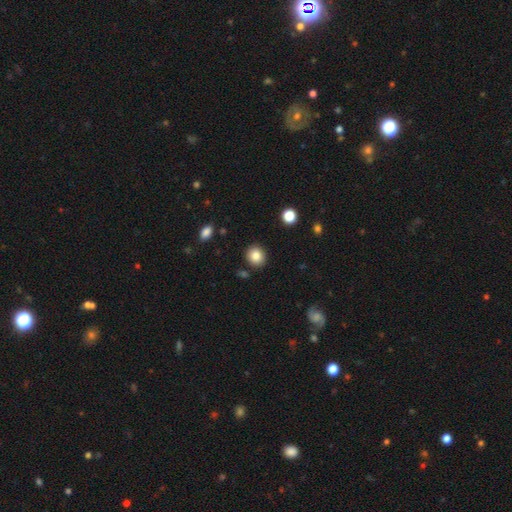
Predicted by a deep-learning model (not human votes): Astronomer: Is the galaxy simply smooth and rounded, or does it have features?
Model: smooth — 85%.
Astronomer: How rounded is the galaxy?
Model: round — 83%.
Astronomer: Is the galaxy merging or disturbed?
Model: none — 88%.